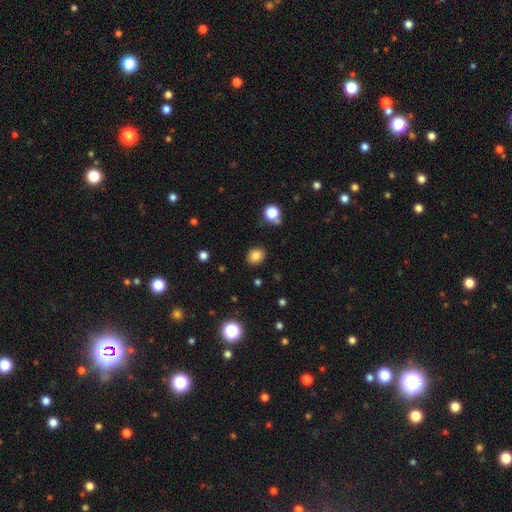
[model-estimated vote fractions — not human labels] smooth_or_featured: smooth (p=0.83) [alt: star or artifact p=0.11]
how_rounded: round (p=0.56) [alt: in between p=0.43]
merging: none (p=0.87) [alt: minor disturbance p=0.08]